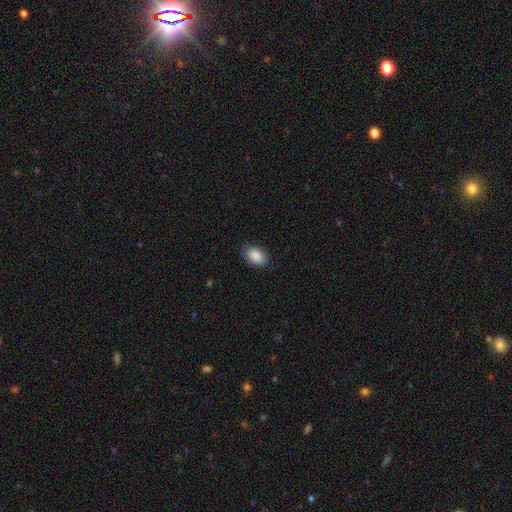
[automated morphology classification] type=smooth (90%); roundness=in between (90%); merging=none (87%).